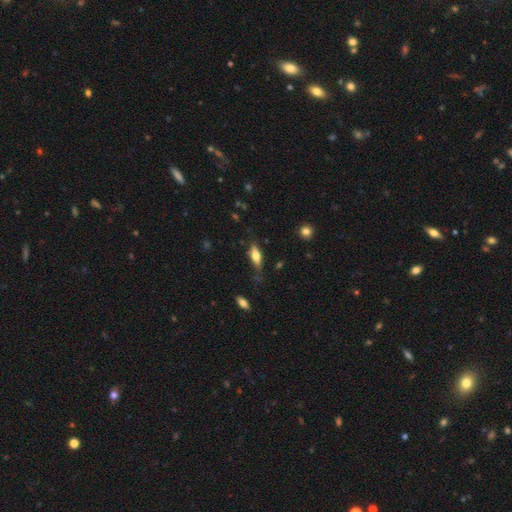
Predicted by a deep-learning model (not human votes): Smooth or featured? smooth (61%)
How rounded? in between (59%)
Merging? none (70%)